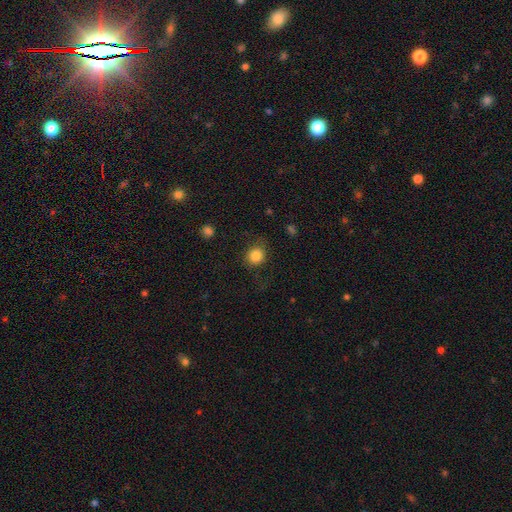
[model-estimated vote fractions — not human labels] Q: Smooth or featured?
A: smooth (84%); runner-up: star or artifact (10%)
Q: How rounded?
A: round (80%); runner-up: in between (19%)
Q: Merging?
A: none (78%); runner-up: minor disturbance (14%)